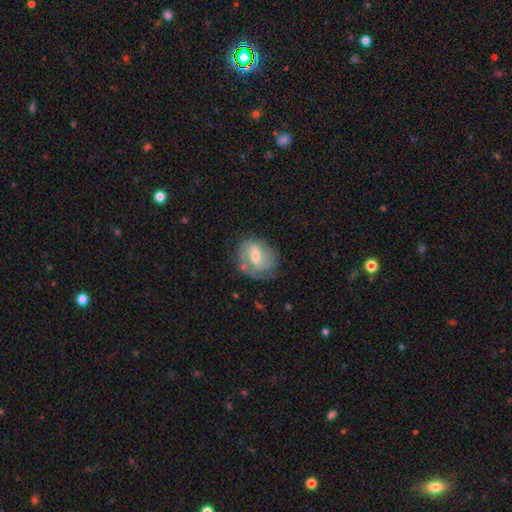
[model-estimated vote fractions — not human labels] Morphology: type=featured or disk (69%); edge-on=no (97%); bar=weak (52%); spiral arms=yes (87%); winding=tight (44%); arm count=2 (45%); bulge=moderate (49%); merging=none (63%).